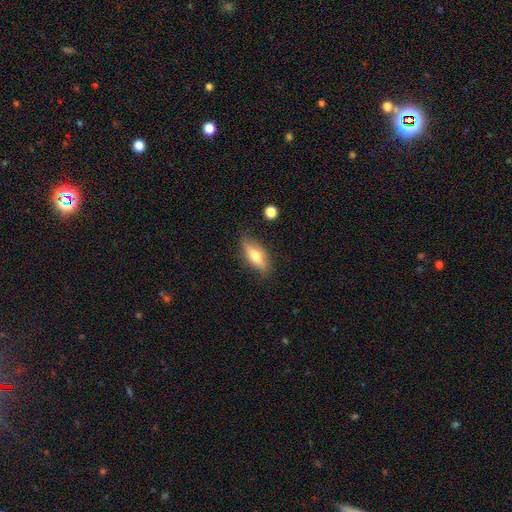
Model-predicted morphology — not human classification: Smooth or featured?
  - smooth: 54% *
  - featured or disk: 40%
  - star or artifact: 7%
How rounded?
  - in between: 62% *
  - cigar-shaped: 34%
  - round: 4%
Merging?
  - none: 80% *
  - minor disturbance: 15%
  - major disturbance: 3%
  - merger: 2%